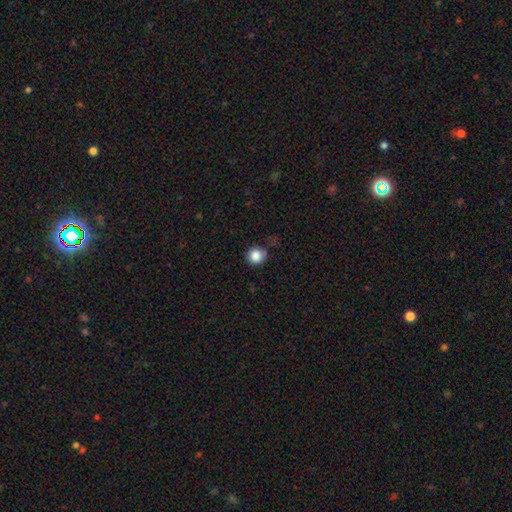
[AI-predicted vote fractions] Smooth or featured?
  - smooth: 85% *
  - star or artifact: 10%
  - featured or disk: 4%
How rounded?
  - round: 93% *
  - in between: 6%
  - cigar-shaped: 1%
Merging?
  - none: 73% *
  - minor disturbance: 18%
  - major disturbance: 5%
  - merger: 3%